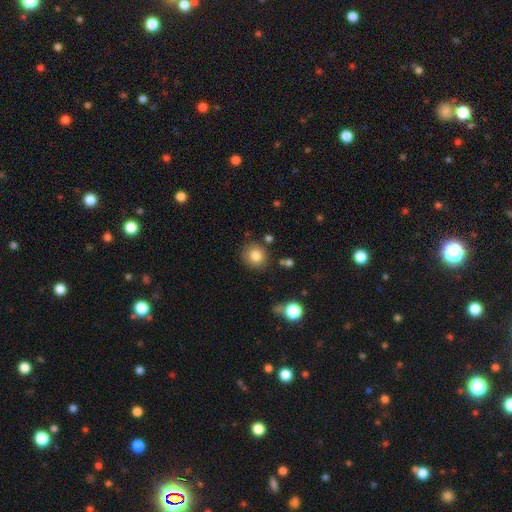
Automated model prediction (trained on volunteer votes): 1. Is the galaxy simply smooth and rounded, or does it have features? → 82% smooth, 10% star or artifact, 8% featured or disk.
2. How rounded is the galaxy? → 86% round, 13% in between, 1% cigar-shaped.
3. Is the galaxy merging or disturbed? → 83% none, 10% minor disturbance, 4% merger, 3% major disturbance.